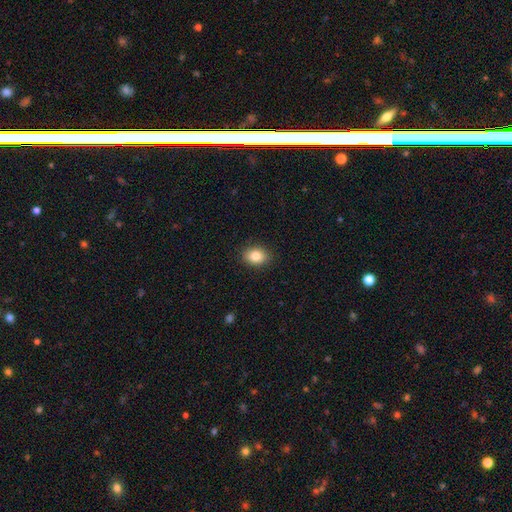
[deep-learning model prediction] Q: Smooth or featured?
A: smooth (85%); runner-up: star or artifact (9%)
Q: How rounded?
A: in between (67%); runner-up: round (32%)
Q: Merging?
A: none (89%); runner-up: minor disturbance (8%)